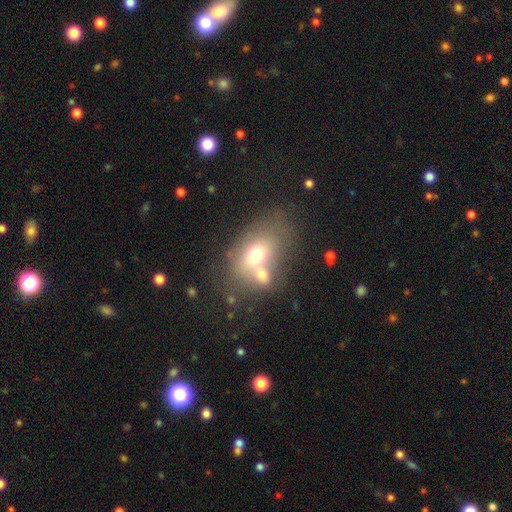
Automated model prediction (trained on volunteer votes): Smooth or featured?
  - smooth: 63% *
  - featured or disk: 24%
  - star or artifact: 12%
How rounded?
  - in between: 70% *
  - round: 28%
  - cigar-shaped: 2%
Merging?
  - merger: 47% *
  - none: 32%
  - minor disturbance: 12%
  - major disturbance: 9%